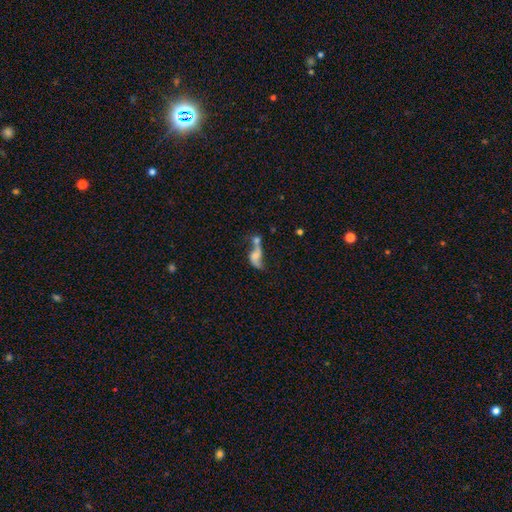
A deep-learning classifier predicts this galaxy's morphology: type=featured or disk (57%); edge-on=no (92%); bar=no (65%); spiral arms=yes (75%); bulge=none (33%); merging=merger (51%).